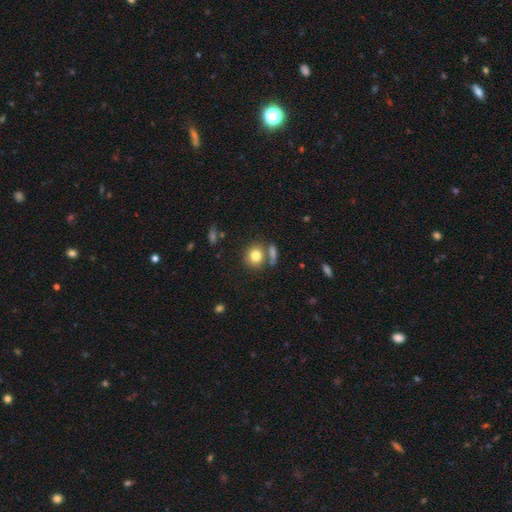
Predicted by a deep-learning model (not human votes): A smooth galaxy with no disk features (80%) that is round (74%).

Vote fractions:
- Smooth or featured? smooth: 80% / star or artifact: 10% / featured or disk: 10%
- How rounded? round: 74% / in between: 24% / cigar-shaped: 1%
- Merging? none: 64% / merger: 21% / minor disturbance: 11% / major disturbance: 5%